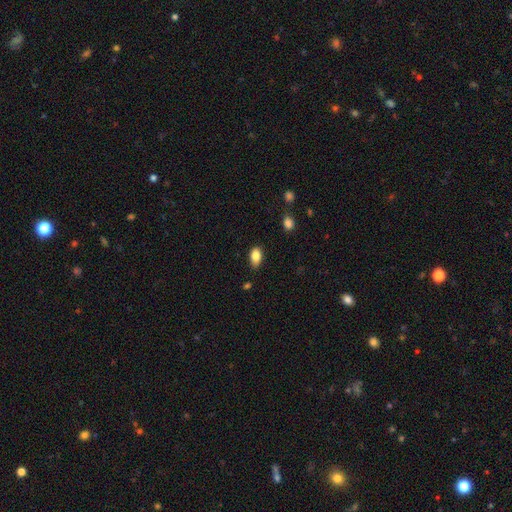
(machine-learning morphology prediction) Smooth or featured: smooth — 84% (star or artifact — 9%)
How rounded: in between — 88% (round — 9%)
Merging: none — 76% (minor disturbance — 20%)